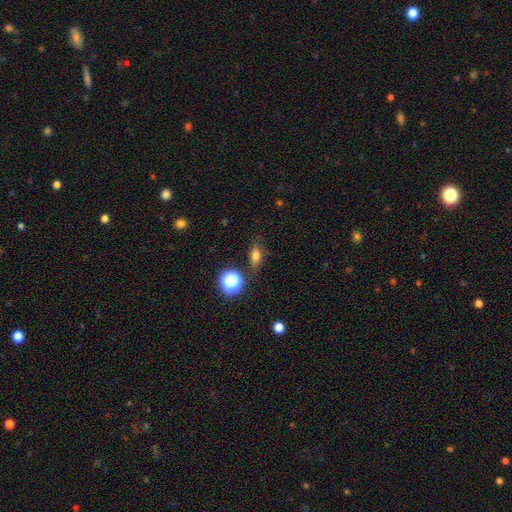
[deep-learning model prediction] A smooth galaxy with no disk features (72%) that is in between round and cigar-shaped (68%).

Vote fractions:
- Smooth or featured? smooth: 72% / star or artifact: 16% / featured or disk: 12%
- How rounded? in between: 68% / round: 19% / cigar-shaped: 13%
- Merging? none: 79% / minor disturbance: 14% / major disturbance: 4% / merger: 3%